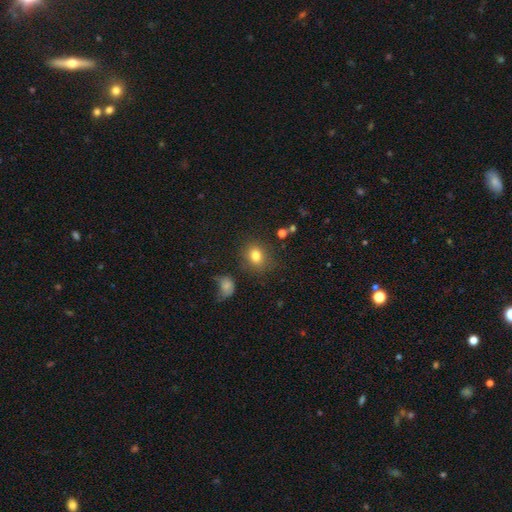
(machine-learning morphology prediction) Overall: smooth (79%). How rounded: round (59%; in between 40%). Merging: none (79%).